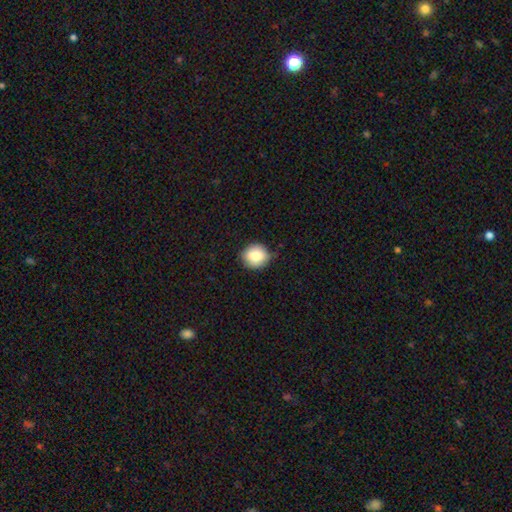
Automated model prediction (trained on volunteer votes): Morphology: type=smooth (83%); roundness=round (81%); merging=none (80%).